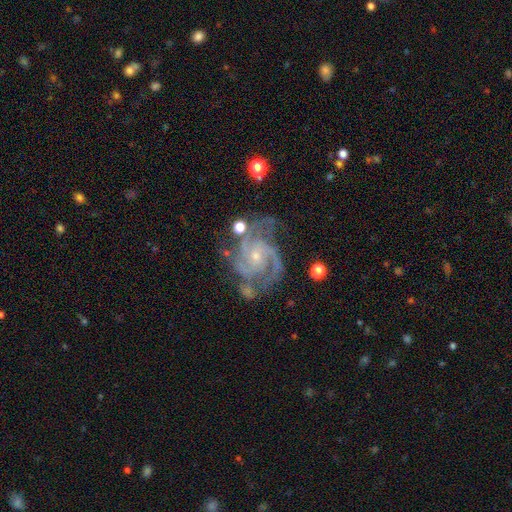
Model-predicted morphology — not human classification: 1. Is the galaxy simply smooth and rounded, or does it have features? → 92% featured or disk, 5% star or artifact, 3% smooth.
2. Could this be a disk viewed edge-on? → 98% no, 2% yes.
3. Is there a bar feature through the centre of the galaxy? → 66% no, 27% weak, 7% strong.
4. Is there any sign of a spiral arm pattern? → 98% yes, 2% no.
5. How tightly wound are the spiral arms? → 50% tight, 45% medium, 6% loose.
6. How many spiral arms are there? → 43% 3, 27% 2, 11% 4, 9% can't tell, 5% more than 4, 5% 1.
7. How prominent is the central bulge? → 75% small, 20% moderate, 3% none, 1% large, 1% dominant.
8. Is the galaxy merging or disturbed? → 62% none, 21% minor disturbance, 11% major disturbance, 5% merger.